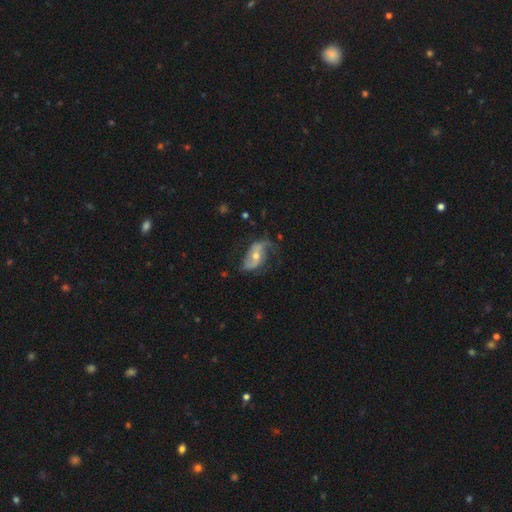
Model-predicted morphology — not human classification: smooth_or_featured: featured or disk (p=0.79) [alt: smooth p=0.14]
disk_edge_on: no (p=0.95) [alt: yes p=0.05]
bar: no (p=0.45) [alt: weak p=0.36]
has_spiral_arms: yes (p=0.92) [alt: no p=0.08]
spiral_winding: loose (p=0.67) [alt: medium p=0.25]
spiral_arm_count: 2 (p=0.86) [alt: 1 p=0.05]
bulge_size: moderate (p=0.61) [alt: small p=0.34]
merging: none (p=0.58) [alt: minor disturbance p=0.25]